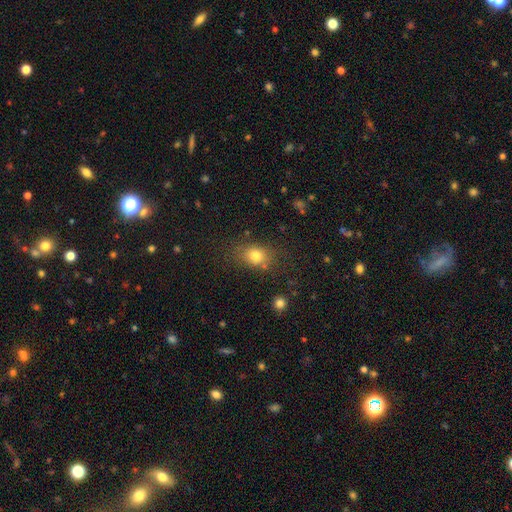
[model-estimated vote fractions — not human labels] Smooth or featured: smooth — 78% (star or artifact — 13%)
How rounded: in between — 56% (round — 42%)
Merging: none — 74% (minor disturbance — 15%)